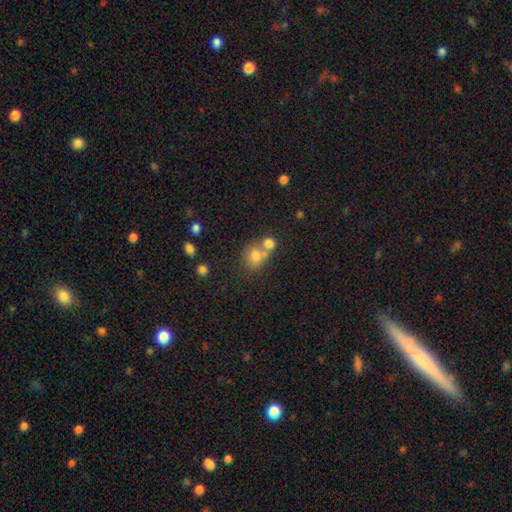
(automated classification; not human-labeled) Smooth or featured: smooth — 74% (featured or disk — 14%)
How rounded: round — 70% (in between — 29%)
Merging: merger — 49% (none — 38%)